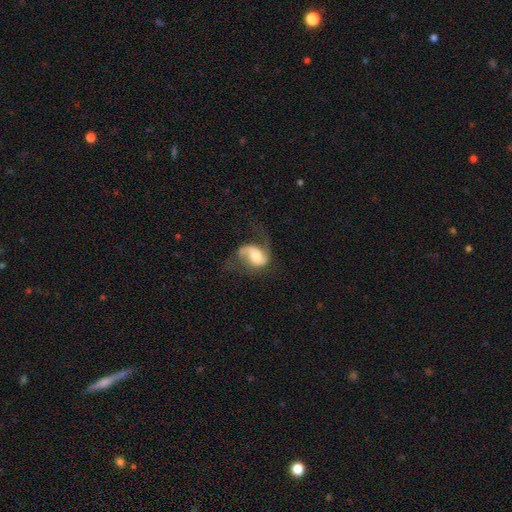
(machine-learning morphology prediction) This is likely a featured or disk galaxy (72%). It is clearly not viewed edge-on (97%). Bar: possibly no (48%). Spiral arm pattern: clearly yes (91%). Spiral arm count: likely 2 (76%). Spiral winding: possibly loose (59%). Central bulge: possibly moderate (58%). Merging: marginally none (43%).